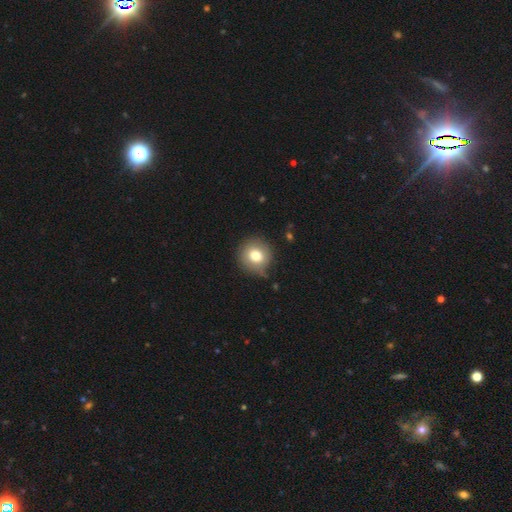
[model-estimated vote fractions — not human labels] This appears to be a smooth galaxy with no disk features (77%) that is round (91%). Merging: none (81%).